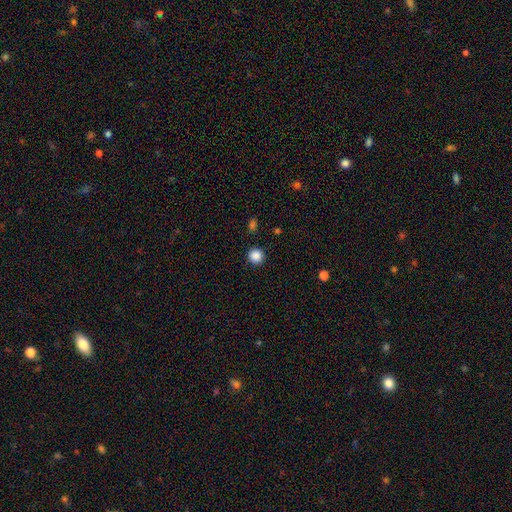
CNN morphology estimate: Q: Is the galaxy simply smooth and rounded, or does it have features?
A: smooth — 87%.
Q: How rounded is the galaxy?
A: round — 95%.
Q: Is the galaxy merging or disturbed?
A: none — 92%.